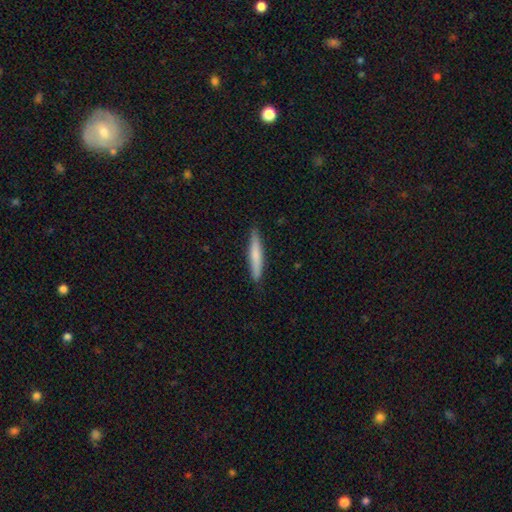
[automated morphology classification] Smooth or featured: smooth — 70% (featured or disk — 25%)
How rounded: cigar-shaped — 93% (in between — 6%)
Merging: none — 89% (minor disturbance — 9%)